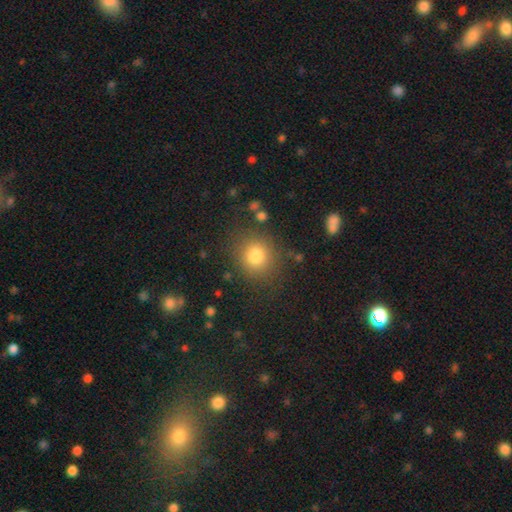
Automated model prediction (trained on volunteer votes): smooth_or_featured: smooth (p=0.79) [alt: star or artifact p=0.13]
how_rounded: round (p=0.82) [alt: in between p=0.17]
merging: none (p=0.83) [alt: minor disturbance p=0.10]